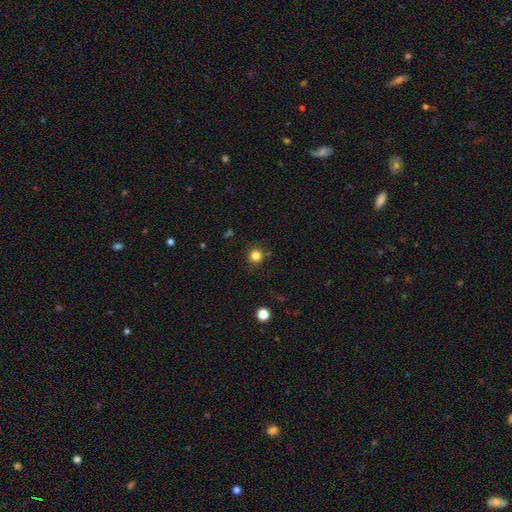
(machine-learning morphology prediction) This is clearly a smooth galaxy (82%). How rounded: clearly round (93%). Merging: clearly none (85%).